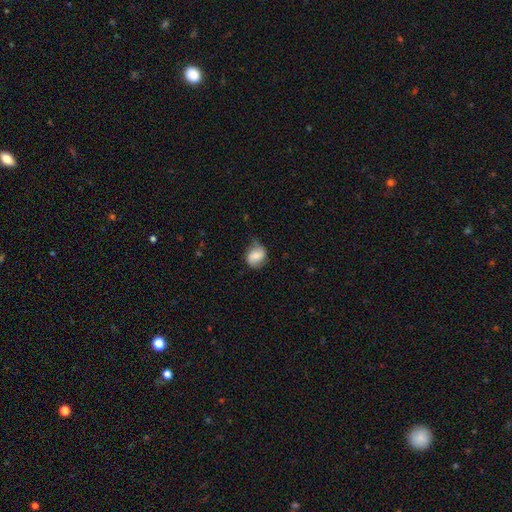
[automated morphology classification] smooth_or_featured: smooth (p=0.58) [alt: featured or disk p=0.34]
how_rounded: round (p=0.56) [alt: in between p=0.43]
merging: none (p=0.58) [alt: minor disturbance p=0.31]